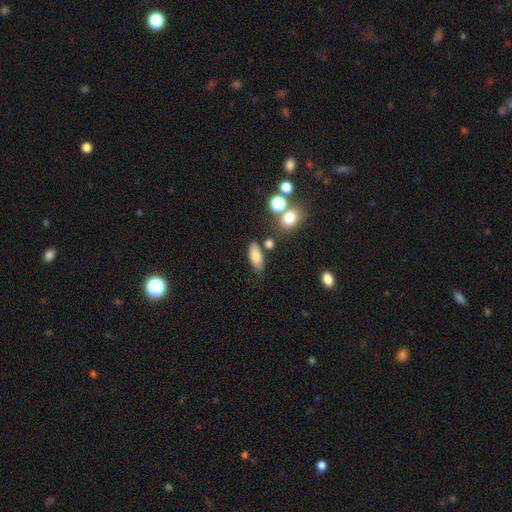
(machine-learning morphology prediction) Smooth or featured? Predicted: smooth (p=0.80). How rounded? Predicted: in between (p=0.80). Merging? Predicted: none (p=0.72).